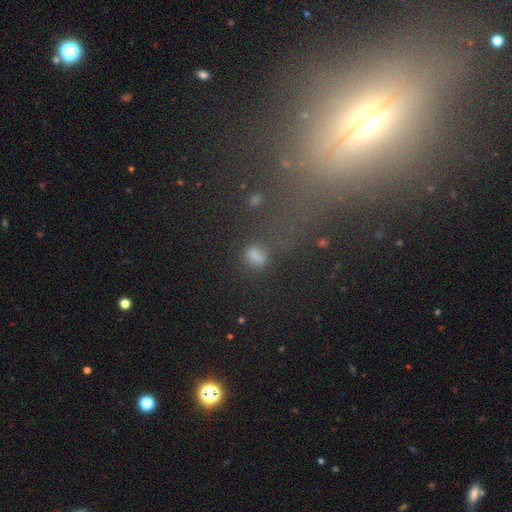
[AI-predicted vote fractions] The model was most divided on "how rounded": in between: 65%, round: 29%, cigar-shaped: 7%. More confident: smooth or featured — smooth (64%); merging — none (62%).